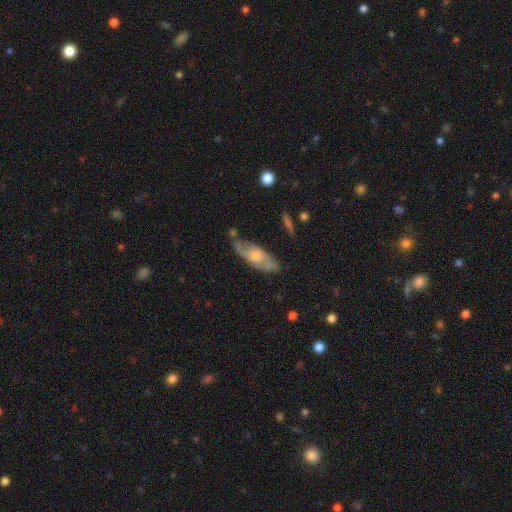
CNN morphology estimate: Smooth or featured?
  - featured or disk: 59% *
  - smooth: 34%
  - star or artifact: 7%
Edge-on disk?
  - no: 77% *
  - yes: 23%
Merging?
  - none: 61% *
  - minor disturbance: 26%
  - major disturbance: 8%
  - merger: 4%